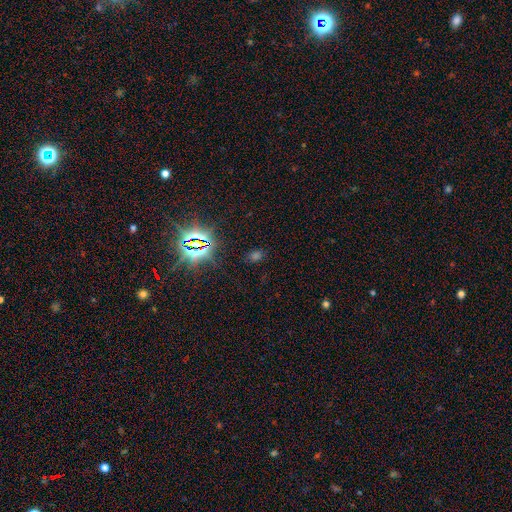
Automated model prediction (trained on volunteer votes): The model was most divided on "smooth or featured": star or artifact: 61%, smooth: 30%, featured or disk: 9%.